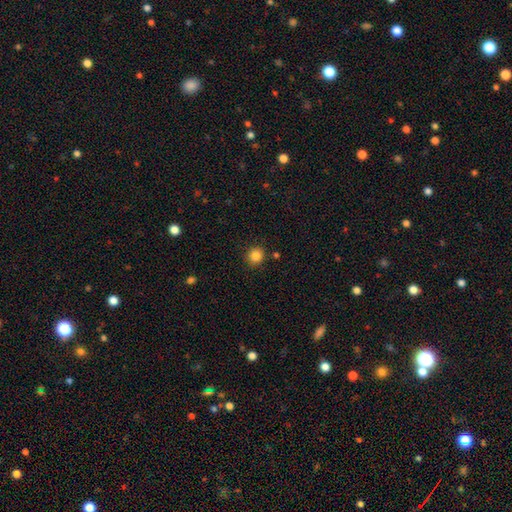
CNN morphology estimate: Smooth or featured? Predicted: smooth (p=0.85). How rounded? Predicted: round (p=0.90). Merging? Predicted: none (p=0.89).